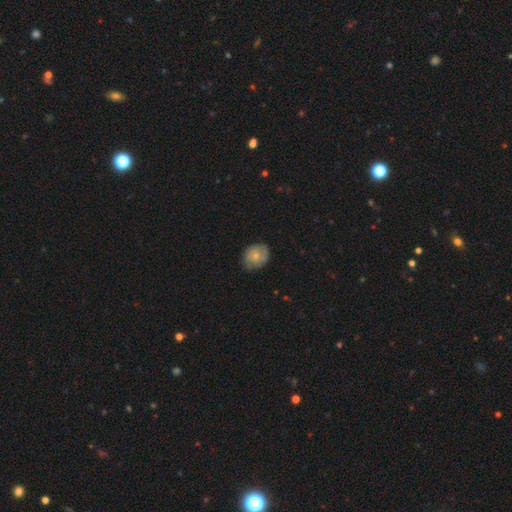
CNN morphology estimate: The model was most divided on "how rounded": round: 54%, in between: 45%, cigar-shaped: 1%. More confident: merging — none (76%); smooth or featured — smooth (63%).